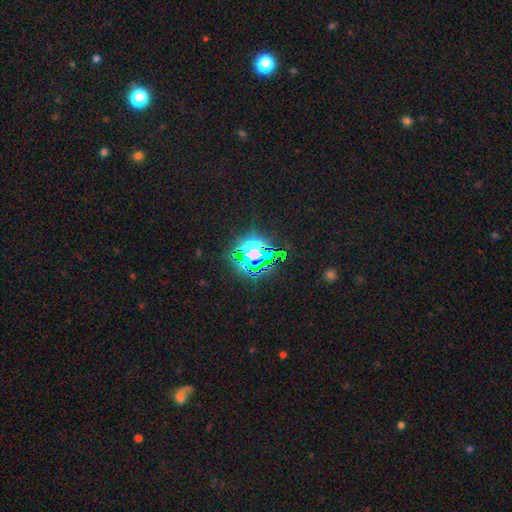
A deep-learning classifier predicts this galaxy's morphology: type=star or artifact (63%).